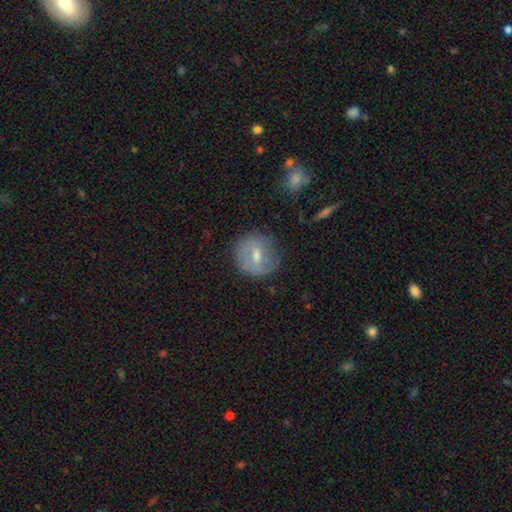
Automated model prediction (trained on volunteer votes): smooth 46%, featured or disk 45%, star or artifact 9%. Down the decision tree: merging — none (73%).